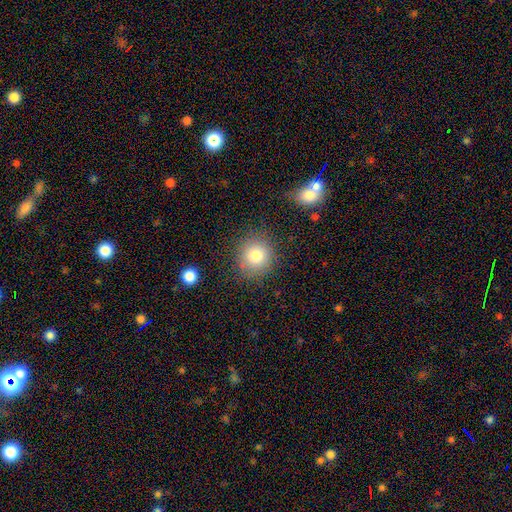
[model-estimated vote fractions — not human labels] smooth_or_featured: smooth (p=0.79) [alt: star or artifact p=0.11]
how_rounded: round (p=0.86) [alt: in between p=0.13]
merging: none (p=0.83) [alt: minor disturbance p=0.11]